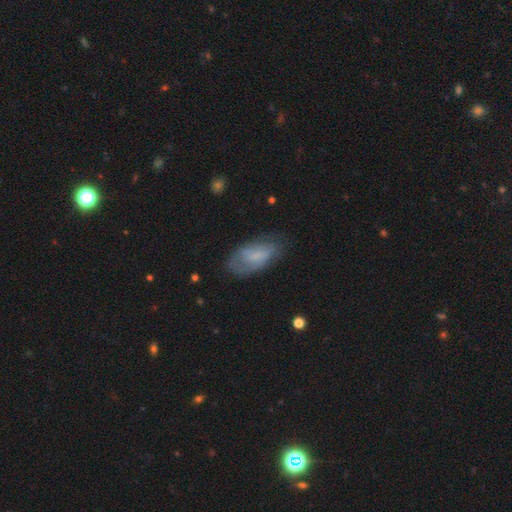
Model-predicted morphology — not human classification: smooth 58%, featured or disk 35%, star or artifact 8%. Down the decision tree: how rounded — in between (88%); merging — none (61%).